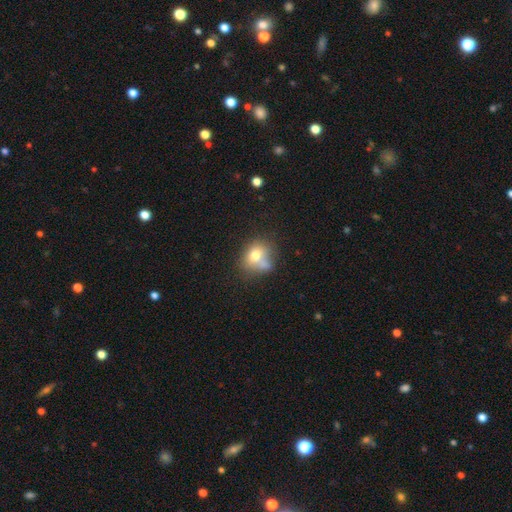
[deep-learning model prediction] Morphology: type=smooth (73%); roundness=round (60%); merging=none (43%).